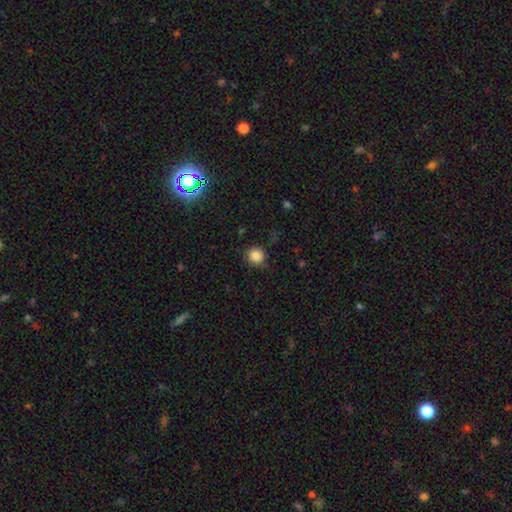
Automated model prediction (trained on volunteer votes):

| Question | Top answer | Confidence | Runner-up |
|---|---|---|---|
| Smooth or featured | smooth | 84% | star or artifact (11%) |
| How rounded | round | 90% | in between (9%) |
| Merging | none | 82% | minor disturbance (13%) |